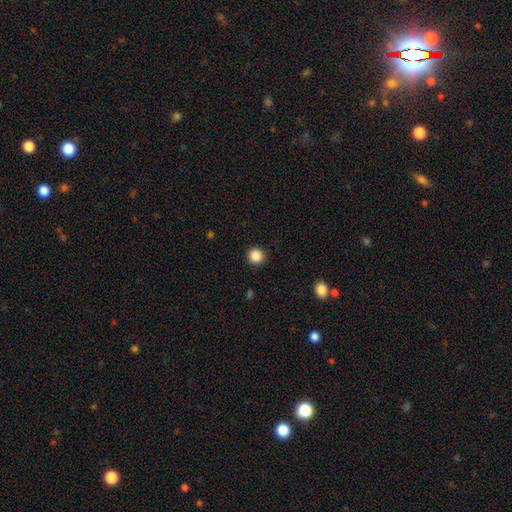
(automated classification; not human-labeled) Smooth or featured? Predicted: smooth (p=0.87). How rounded? Predicted: round (p=0.95). Merging? Predicted: none (p=0.92).